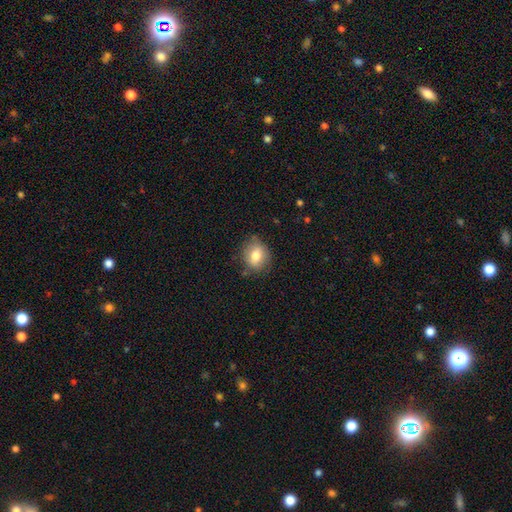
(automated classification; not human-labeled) Q: Smooth or featured?
A: smooth (76%); runner-up: featured or disk (15%)
Q: How rounded?
A: round (60%); runner-up: in between (39%)
Q: Merging?
A: none (74%); runner-up: minor disturbance (20%)